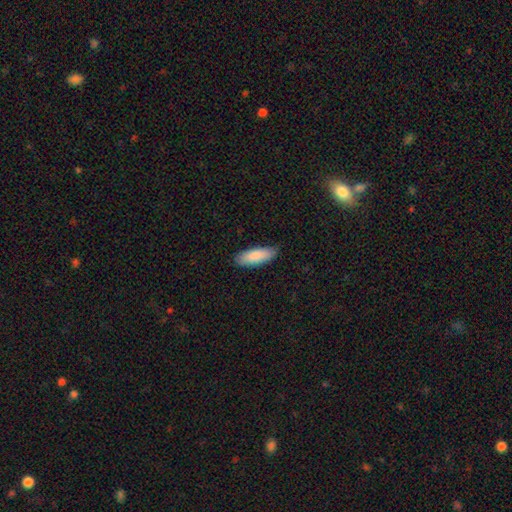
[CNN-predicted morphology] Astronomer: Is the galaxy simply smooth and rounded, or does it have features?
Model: smooth — 87%.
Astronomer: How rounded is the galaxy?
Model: in between — 64%.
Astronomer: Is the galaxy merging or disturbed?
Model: none — 85%.